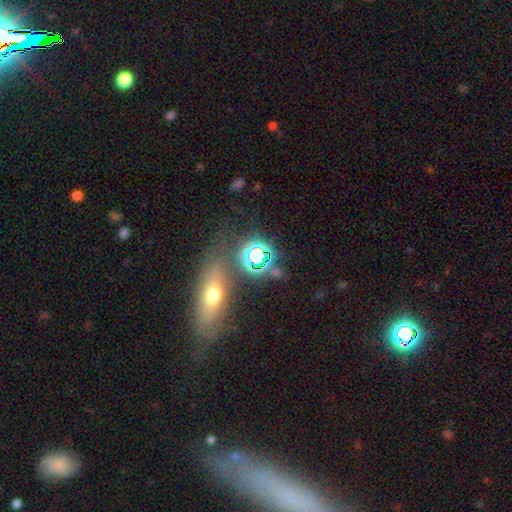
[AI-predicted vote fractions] smooth-or-featured: star or artifact: 43% | smooth: 40% | featured or disk: 17%